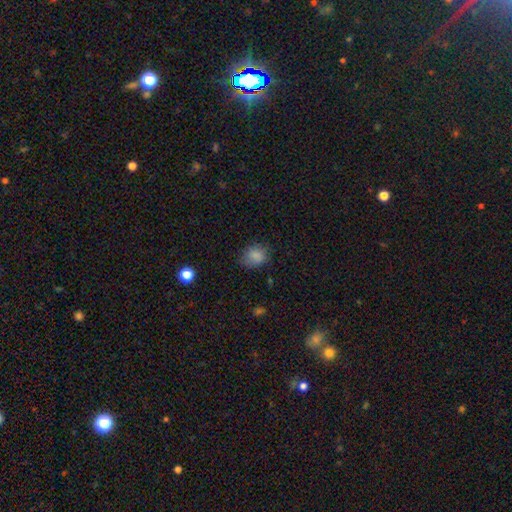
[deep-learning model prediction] A smooth galaxy with no disk features (82%) that is in between round and cigar-shaped (52%).

Vote fractions:
- Smooth or featured? smooth: 82% / star or artifact: 11% / featured or disk: 7%
- How rounded? in between: 52% / round: 47% / cigar-shaped: 1%
- Merging? none: 67% / minor disturbance: 24% / major disturbance: 8% / merger: 1%